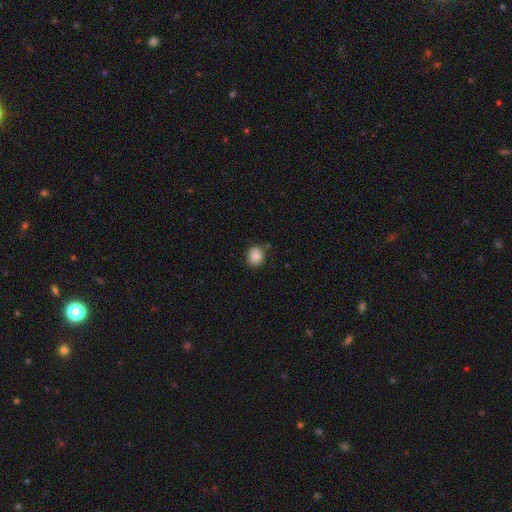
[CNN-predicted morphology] Smooth or featured?
  - smooth: 85% *
  - star or artifact: 9%
  - featured or disk: 6%
How rounded?
  - round: 74% *
  - in between: 25%
  - cigar-shaped: 1%
Merging?
  - none: 81% *
  - minor disturbance: 13%
  - major disturbance: 3%
  - merger: 3%